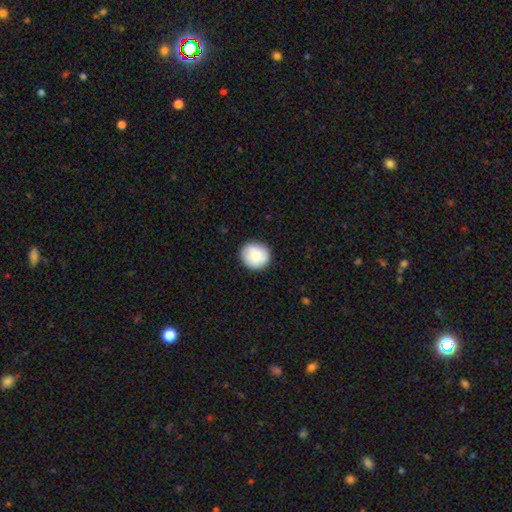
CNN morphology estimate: Q: Smooth or featured?
A: smooth (82%); runner-up: featured or disk (11%)
Q: How rounded?
A: round (89%); runner-up: in between (10%)
Q: Merging?
A: none (87%); runner-up: minor disturbance (10%)